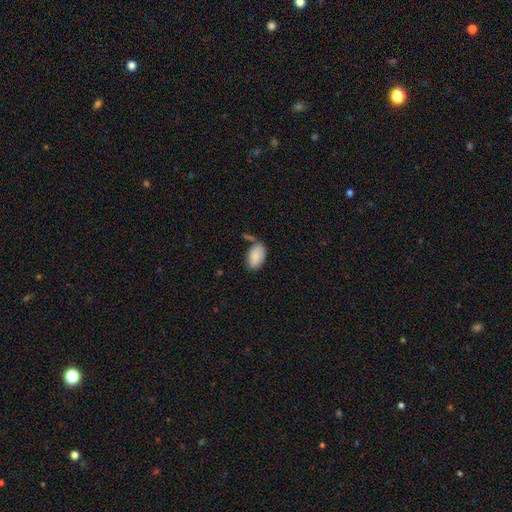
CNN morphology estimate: This appears to be a smooth galaxy with no disk features (85%) that is in between round and cigar-shaped (94%). Merging: none (61%).